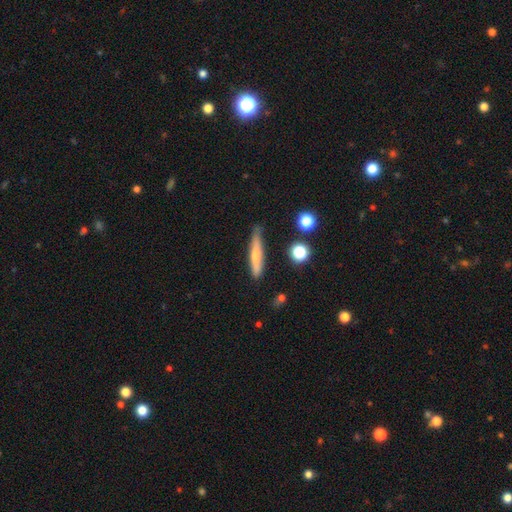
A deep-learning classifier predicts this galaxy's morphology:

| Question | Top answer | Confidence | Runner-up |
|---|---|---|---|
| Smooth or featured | smooth | 55% | featured or disk (38%) |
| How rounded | cigar-shaped | 89% | in between (9%) |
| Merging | none | 75% | minor disturbance (19%) |